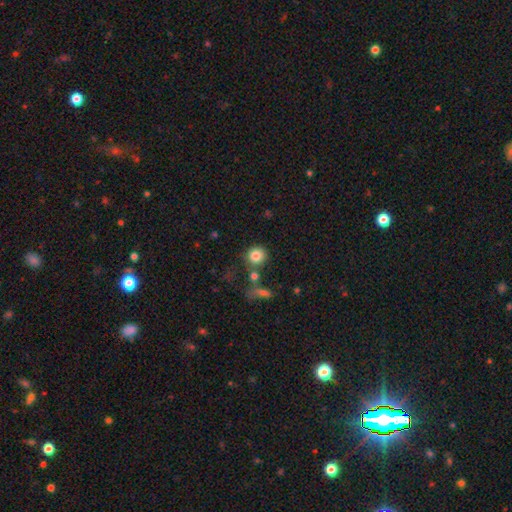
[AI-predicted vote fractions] A smooth galaxy with no disk features (82%) that is round (87%). Merging: none (68%).